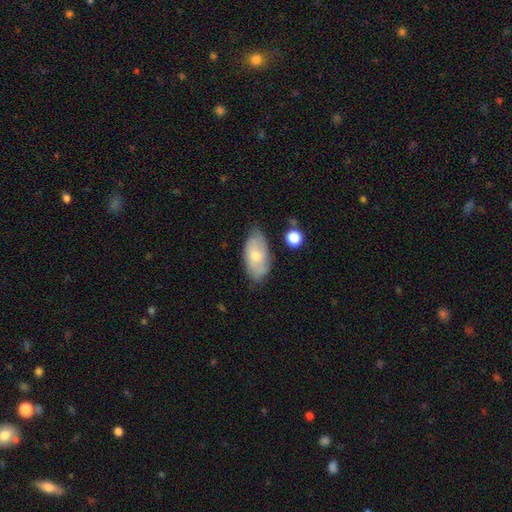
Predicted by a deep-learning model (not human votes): Smooth or featured? smooth (63%)
How rounded? in between (93%)
Merging? none (66%)